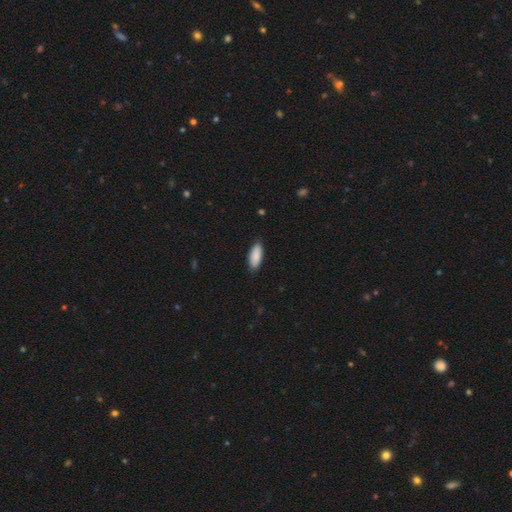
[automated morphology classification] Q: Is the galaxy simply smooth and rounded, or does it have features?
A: smooth — 90%.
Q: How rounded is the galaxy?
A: in between — 82%.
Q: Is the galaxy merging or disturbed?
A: none — 86%.